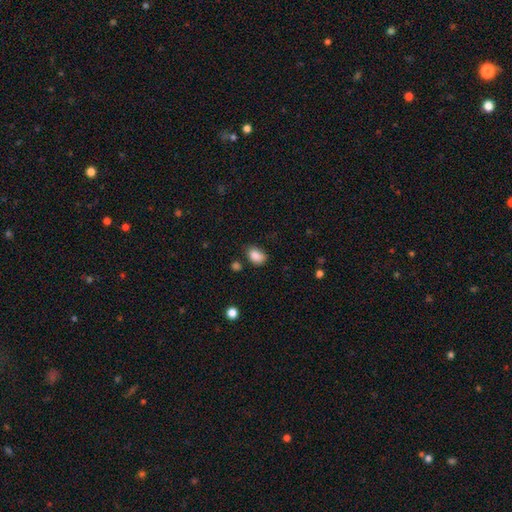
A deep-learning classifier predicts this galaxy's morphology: The model was most divided on "merging": none: 70%, minor disturbance: 21%, major disturbance: 5%, merger: 4%. More confident: smooth or featured — smooth (86%); how rounded — in between (78%).